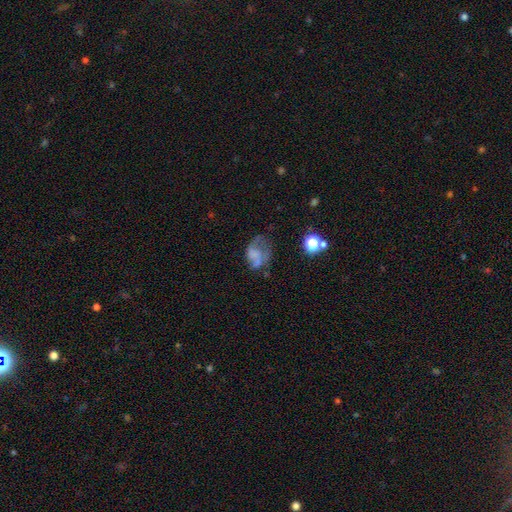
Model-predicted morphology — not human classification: The model was most divided on "smooth or featured": featured or disk: 44%, smooth: 42%, star or artifact: 14%. Remaining: merging — major disturbance (39%).